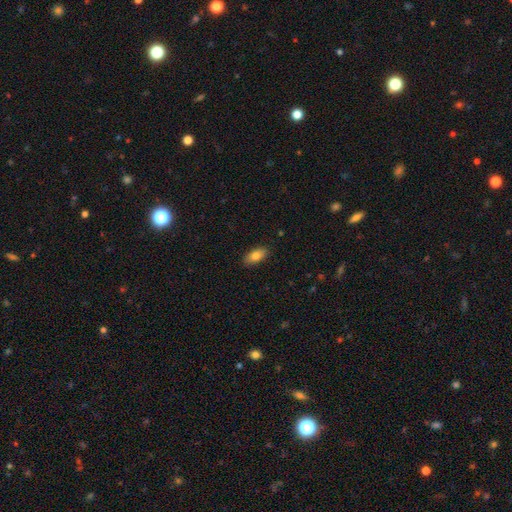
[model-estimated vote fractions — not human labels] Smooth or featured? Predicted: smooth (p=0.81). How rounded? Predicted: in between (p=0.88). Merging? Predicted: none (p=0.88).